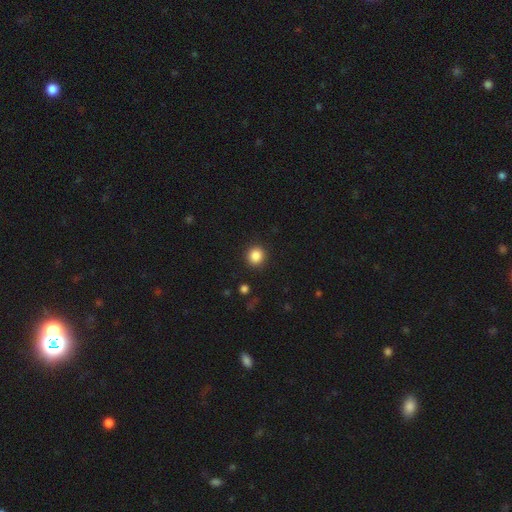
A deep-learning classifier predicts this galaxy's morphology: A smooth galaxy with no disk features (86%) that is round (89%). Merging: none (91%).